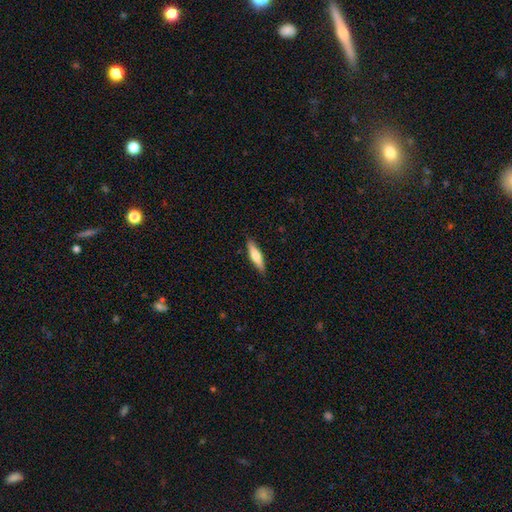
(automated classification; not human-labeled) Morphology: type=smooth (59%); roundness=cigar-shaped (75%); merging=none (89%).